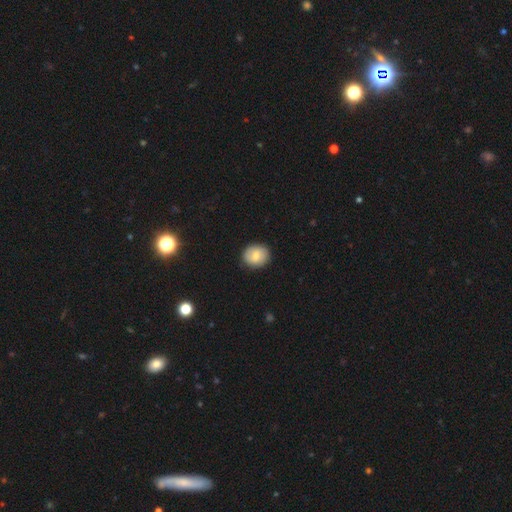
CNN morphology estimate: A smooth galaxy with no disk features (76%) that is round (74%).

Vote fractions:
- Smooth or featured? smooth: 76% / featured or disk: 16% / star or artifact: 7%
- How rounded? round: 74% / in between: 25% / cigar-shaped: 1%
- Merging? none: 87% / minor disturbance: 10% / major disturbance: 2% / merger: 1%